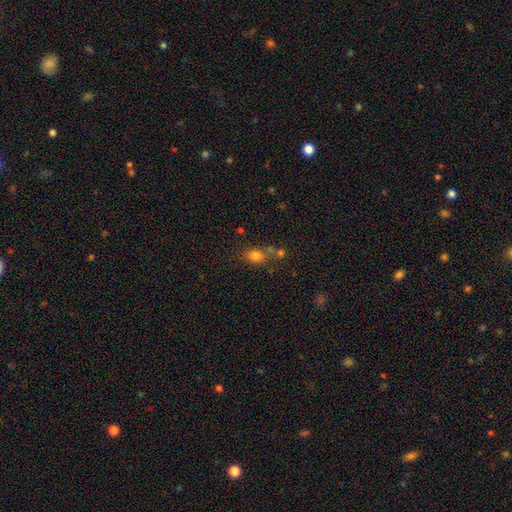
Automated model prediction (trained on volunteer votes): Smooth or featured: smooth — 78% (star or artifact — 13%)
How rounded: round — 57% (in between — 42%)
Merging: none — 51% (merger — 27%)